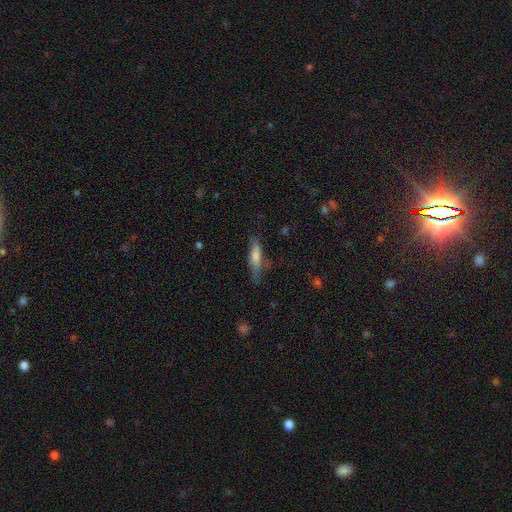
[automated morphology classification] This appears to be a smooth galaxy with no disk features (61%) that is cigar-shaped (72%). Merging: none (62%).